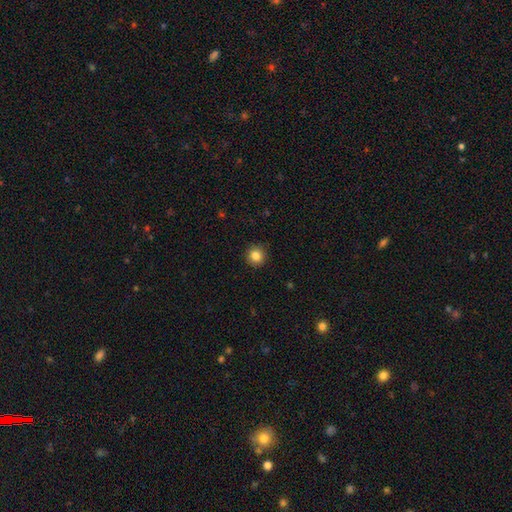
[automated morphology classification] Smooth or featured?
  - smooth: 85% *
  - star or artifact: 11%
  - featured or disk: 5%
How rounded?
  - round: 93% *
  - in between: 6%
  - cigar-shaped: 1%
Merging?
  - none: 91% *
  - minor disturbance: 6%
  - major disturbance: 2%
  - merger: 1%